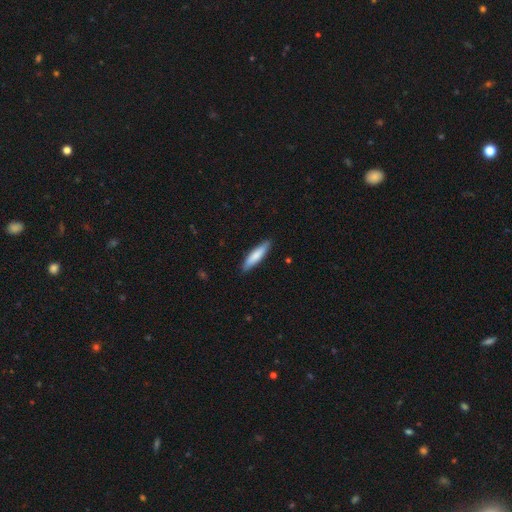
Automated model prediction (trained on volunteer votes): Morphology: type=smooth (79%); roundness=cigar-shaped (80%); merging=none (88%).